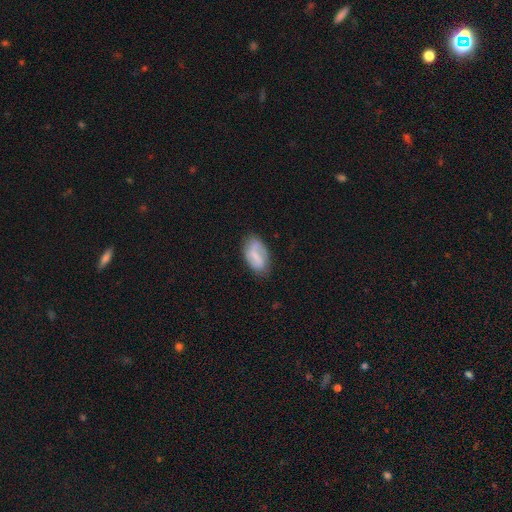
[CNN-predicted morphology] A smooth galaxy with no disk features (51%) that is in between round and cigar-shaped (92%). Merging: none (65%).